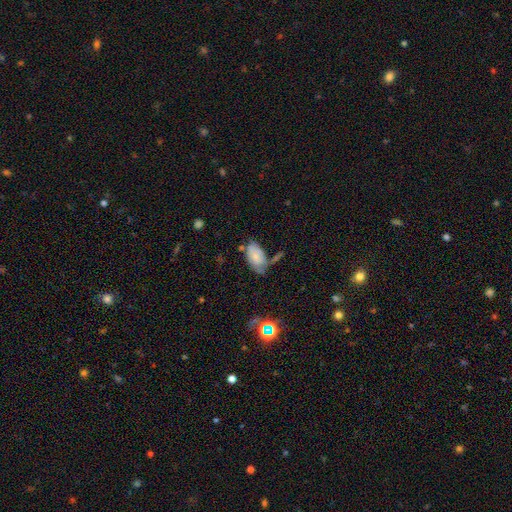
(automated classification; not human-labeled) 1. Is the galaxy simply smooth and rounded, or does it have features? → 67% smooth, 24% featured or disk, 9% star or artifact.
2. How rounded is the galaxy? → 93% in between, 5% round, 2% cigar-shaped.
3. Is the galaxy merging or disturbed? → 39% none, 30% minor disturbance, 17% merger, 14% major disturbance.